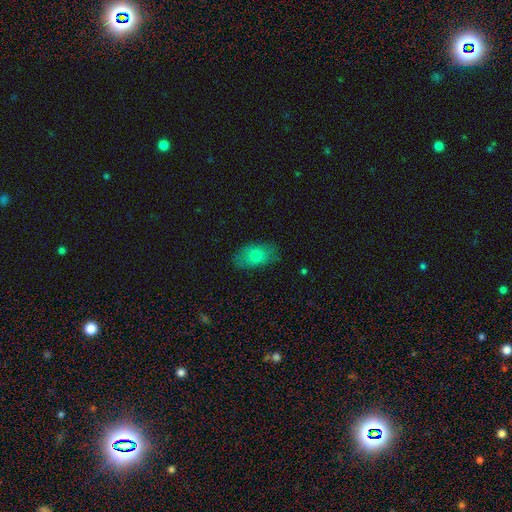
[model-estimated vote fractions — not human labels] Smooth or featured? Predicted: smooth (p=0.79). How rounded? Predicted: in between (p=0.92). Merging? Predicted: none (p=0.75).